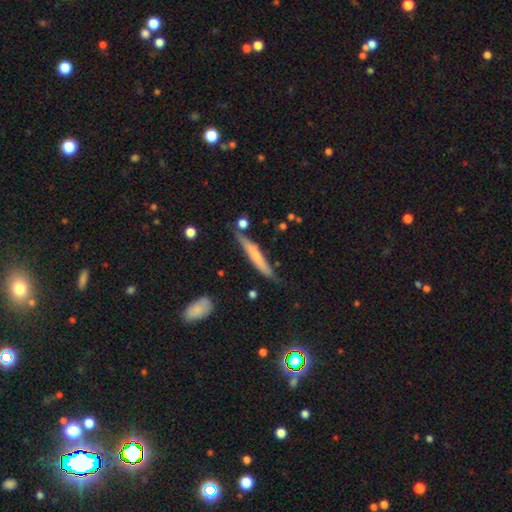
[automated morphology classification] The model was most divided on "smooth or featured": smooth: 54%, featured or disk: 41%, star or artifact: 6%. More confident: how rounded — cigar-shaped (94%); merging — none (71%).